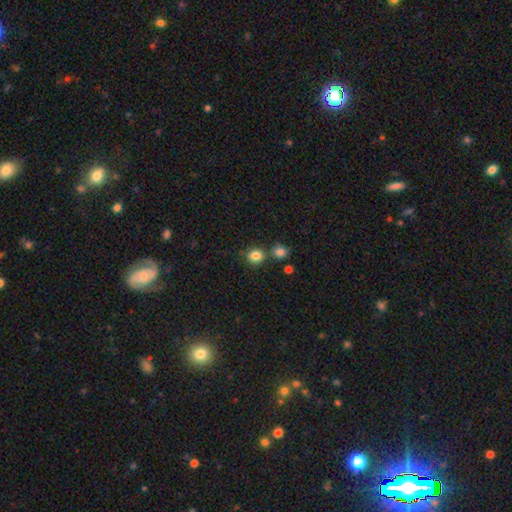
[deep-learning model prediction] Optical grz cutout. It shows a smooth galaxy with no disk features (84%) that is round (73%). Merging: none (69%).